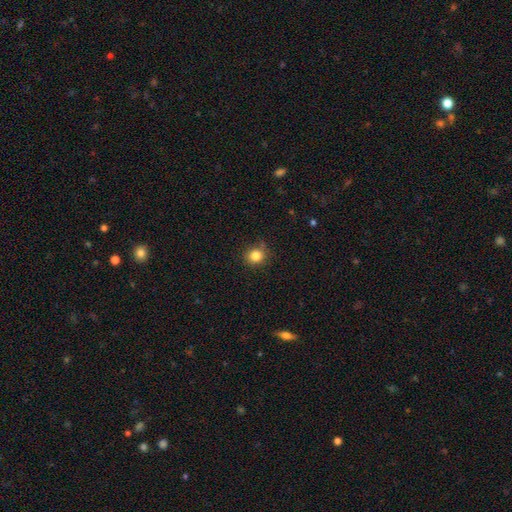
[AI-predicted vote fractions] Q: Smooth or featured?
A: smooth (83%); runner-up: star or artifact (12%)
Q: How rounded?
A: round (86%); runner-up: in between (14%)
Q: Merging?
A: none (84%); runner-up: minor disturbance (11%)